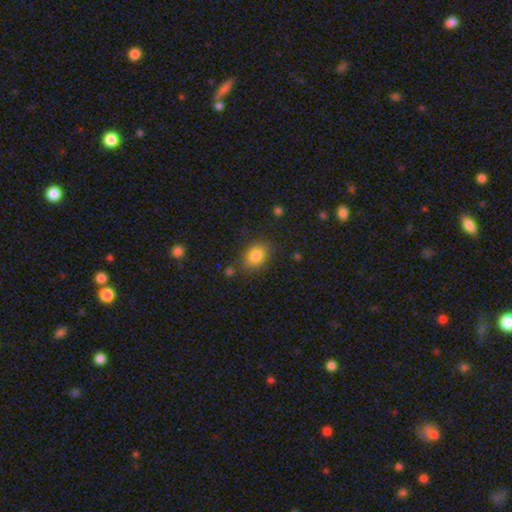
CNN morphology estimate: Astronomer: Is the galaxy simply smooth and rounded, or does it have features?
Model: smooth — 83%.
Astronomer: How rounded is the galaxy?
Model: in between — 69%.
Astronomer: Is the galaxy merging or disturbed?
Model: none — 77%.